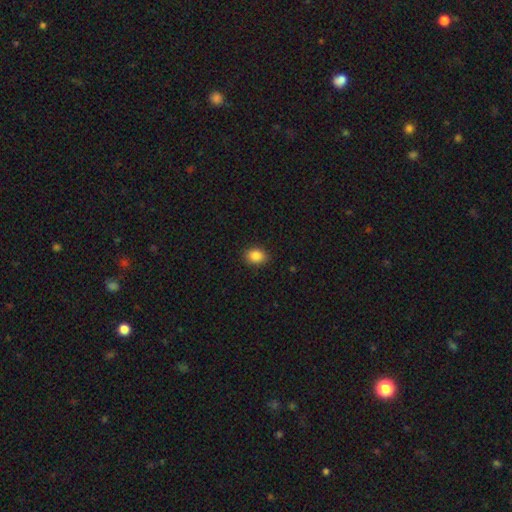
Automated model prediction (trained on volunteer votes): Smooth or featured: smooth — 87% (star or artifact — 9%)
How rounded: in between — 63% (round — 36%)
Merging: none — 87% (minor disturbance — 10%)